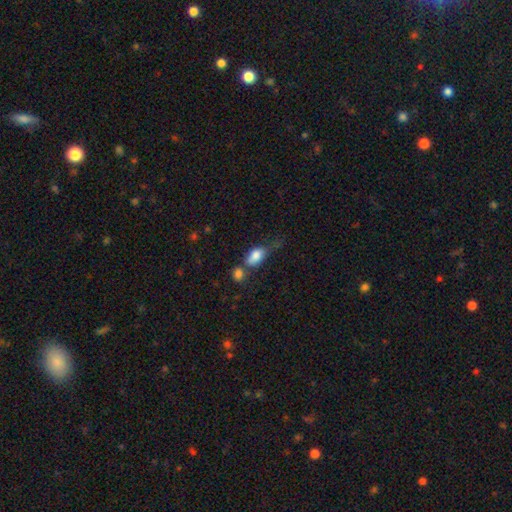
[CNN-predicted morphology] Smooth or featured: smooth — 80% (featured or disk — 12%)
How rounded: in between — 84% (round — 11%)
Merging: merger — 39% (none — 30%)